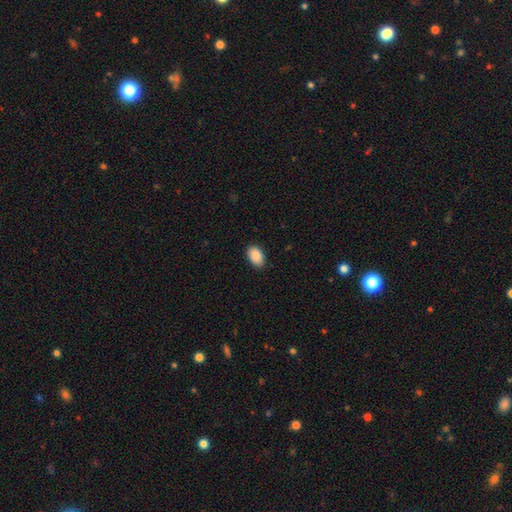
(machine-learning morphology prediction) Smooth or featured?
  - smooth: 91% *
  - star or artifact: 7%
  - featured or disk: 3%
How rounded?
  - in between: 91% *
  - round: 8%
  - cigar-shaped: 1%
Merging?
  - none: 89% *
  - minor disturbance: 9%
  - major disturbance: 2%
  - merger: 1%